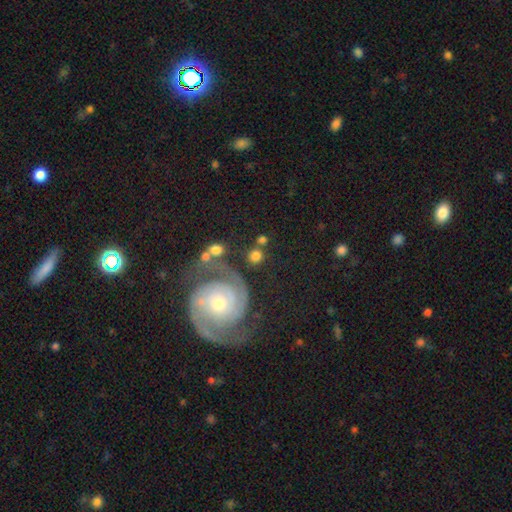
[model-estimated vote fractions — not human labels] Overall: smooth (67%). How rounded: round (88%). Merging: none (68%).